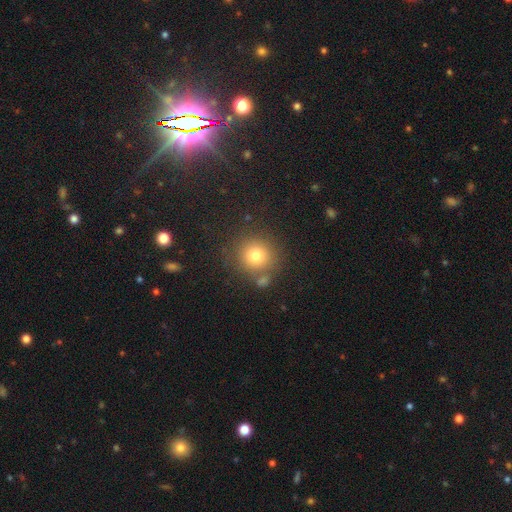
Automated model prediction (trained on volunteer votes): A smooth galaxy with no disk features (78%) that is round (91%).

Vote fractions:
- Smooth or featured? smooth: 78% / star or artifact: 12% / featured or disk: 9%
- How rounded? round: 91% / in between: 9% / cigar-shaped: 1%
- Merging? none: 75% / minor disturbance: 10% / merger: 10% / major disturbance: 4%